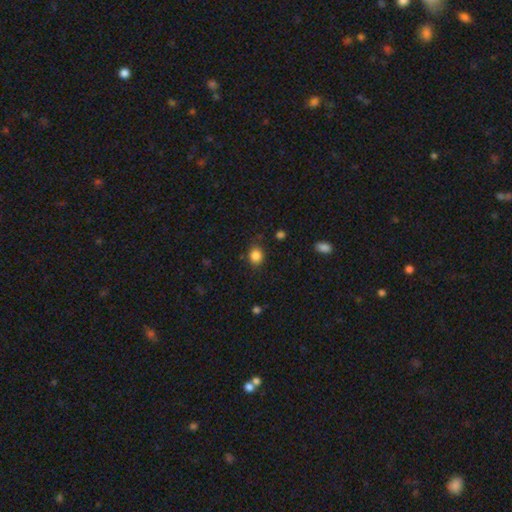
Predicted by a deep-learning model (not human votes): The model was most divided on "how rounded": round: 64%, in between: 35%, cigar-shaped: 1%. More confident: smooth or featured — smooth (85%); merging — none (81%).